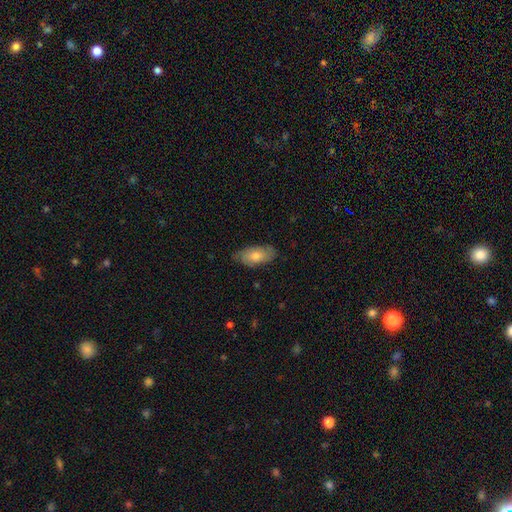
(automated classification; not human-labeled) Smooth or featured: smooth — 56% (featured or disk — 37%)
How rounded: in between — 89% (cigar-shaped — 8%)
Merging: none — 76% (minor disturbance — 19%)